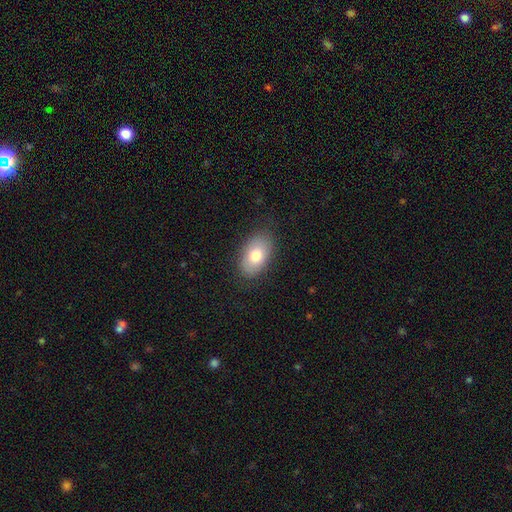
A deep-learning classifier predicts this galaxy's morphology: Smooth or featured: smooth — 77% (featured or disk — 16%)
How rounded: in between — 92% (round — 7%)
Merging: none — 82% (minor disturbance — 13%)